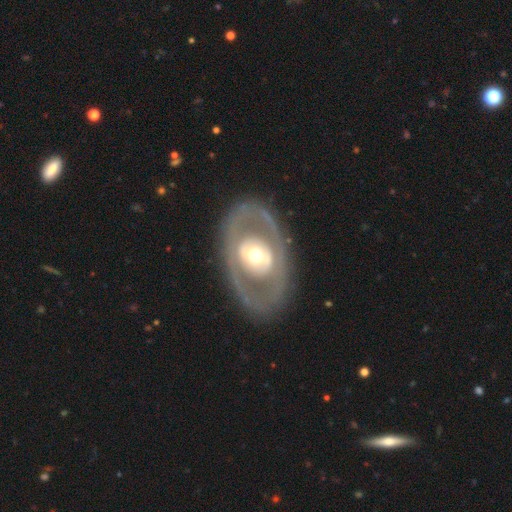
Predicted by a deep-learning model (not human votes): This is likely a featured or disk galaxy (70%). It is clearly not viewed edge-on (91%). Bar: likely no (70%). Spiral arm pattern: likely no (80%). Central bulge: likely moderate (66%). Merging: clearly none (81%).